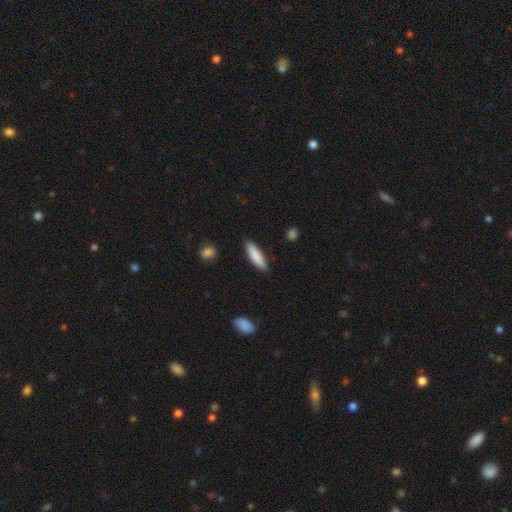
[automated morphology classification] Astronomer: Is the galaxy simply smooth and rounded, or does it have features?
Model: smooth — 86%.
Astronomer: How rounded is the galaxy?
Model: cigar-shaped — 67%.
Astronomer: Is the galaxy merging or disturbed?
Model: none — 88%.